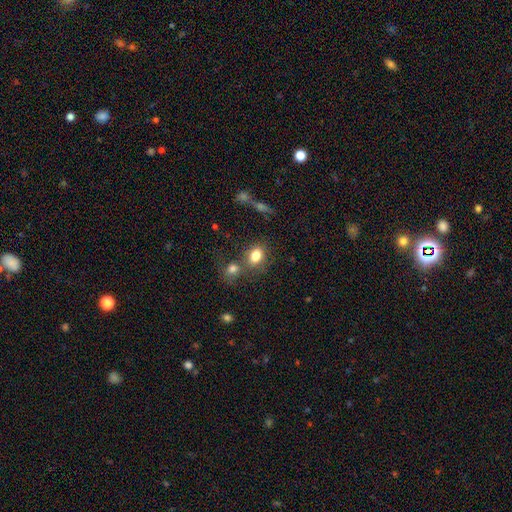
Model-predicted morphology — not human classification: The model was most divided on "how rounded": in between: 61%, round: 38%, cigar-shaped: 1%. More confident: smooth or featured — smooth (81%); merging — none (55%).